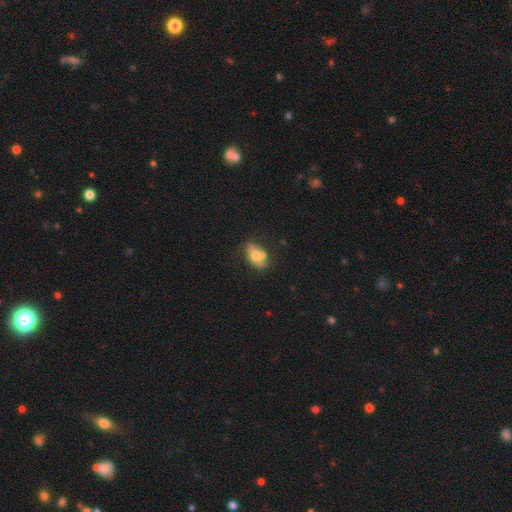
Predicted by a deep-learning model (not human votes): smooth 60%, featured or disk 31%, star or artifact 9%. Down the decision tree: how rounded — in between (82%); merging — none (46%).